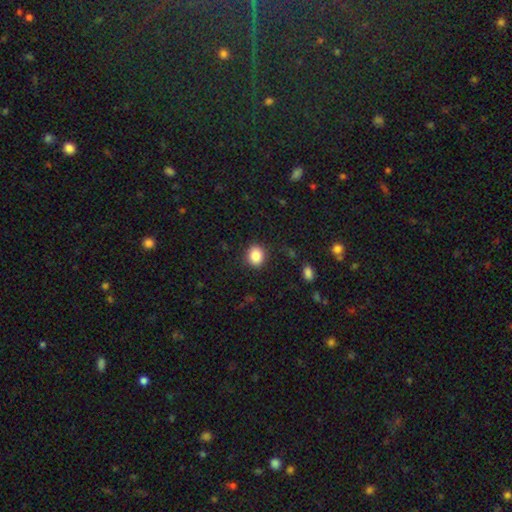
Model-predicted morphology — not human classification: smooth_or_featured: smooth (p=0.86) [alt: star or artifact p=0.09]
how_rounded: round (p=0.68) [alt: in between p=0.31]
merging: none (p=0.89) [alt: minor disturbance p=0.08]